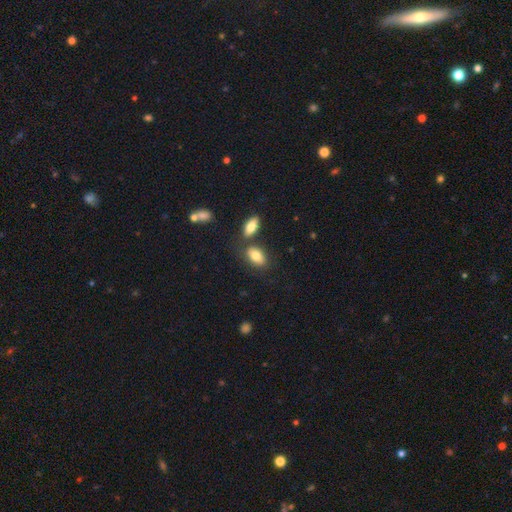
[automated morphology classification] Smooth or featured? smooth (79%)
How rounded? in between (91%)
Merging? none (67%)